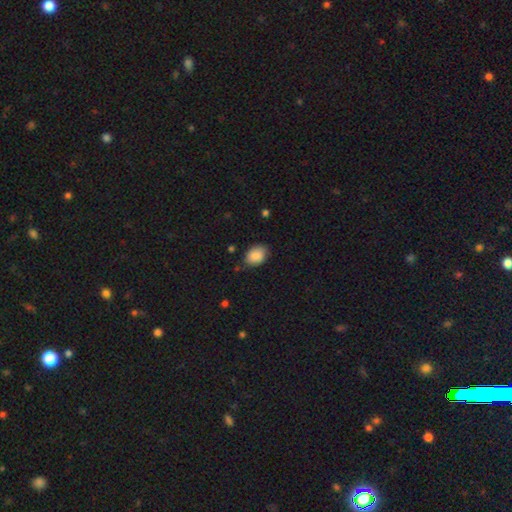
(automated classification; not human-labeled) smooth-or-featured: smooth: 87% | star or artifact: 7% | featured or disk: 5%
  how-rounded: in between: 75% | round: 24% | cigar-shaped: 1%
  merging: none: 76% | minor disturbance: 19% | major disturbance: 4% | merger: 2%